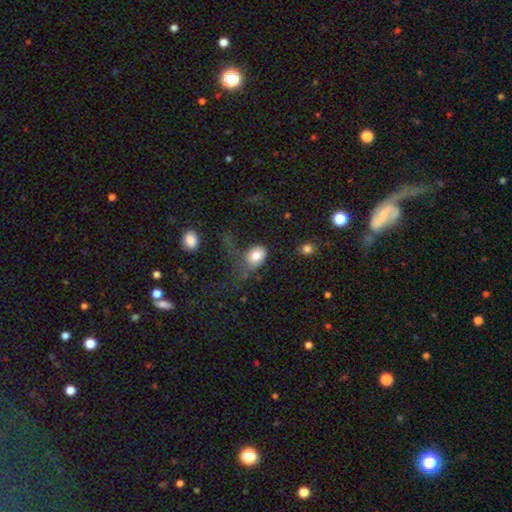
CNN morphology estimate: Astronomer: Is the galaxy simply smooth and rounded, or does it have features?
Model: smooth — 80%.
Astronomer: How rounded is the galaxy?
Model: in between — 64%.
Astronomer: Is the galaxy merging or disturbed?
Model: major disturbance — 38% (runner-up: none, 32%).